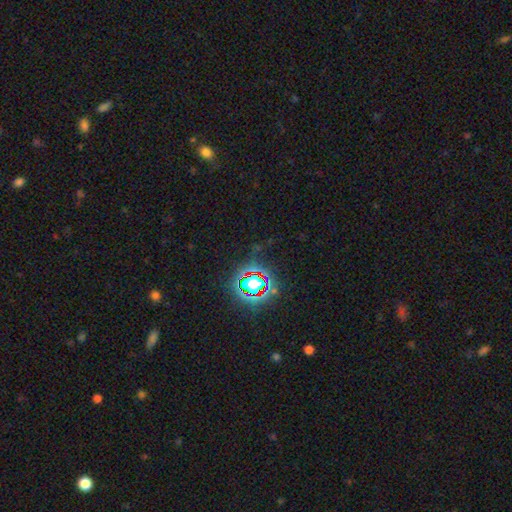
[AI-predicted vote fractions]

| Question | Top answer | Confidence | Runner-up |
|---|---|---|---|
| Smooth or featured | star or artifact | 79% | smooth (13%) |